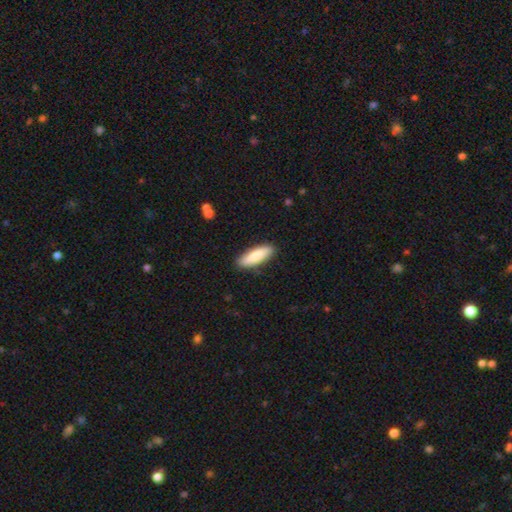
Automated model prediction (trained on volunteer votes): Overall: smooth (83%). How rounded: in between (53%; cigar-shaped 45%). Merging: none (88%).